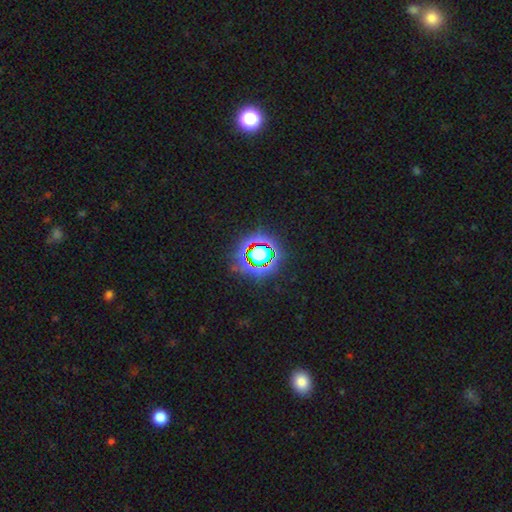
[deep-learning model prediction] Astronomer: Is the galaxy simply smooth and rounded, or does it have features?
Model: star or artifact — 68%.